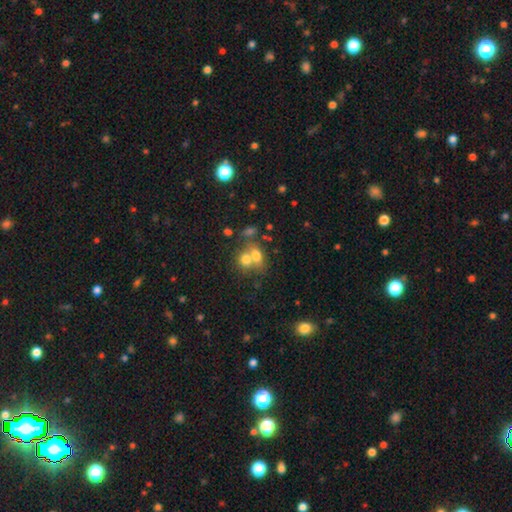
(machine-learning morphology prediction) This is likely a smooth galaxy (70%). How rounded: likely in between (68%). Merging: possibly merger (58%).